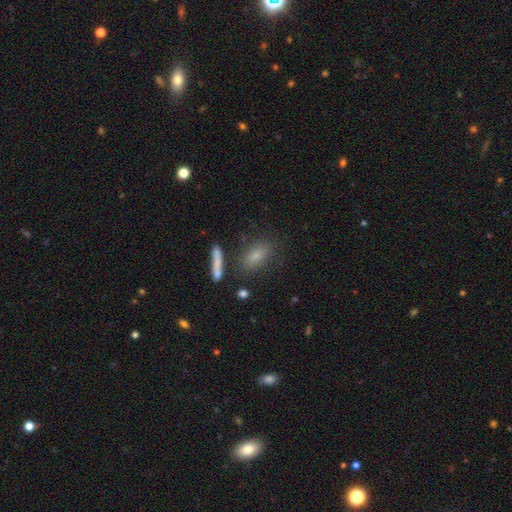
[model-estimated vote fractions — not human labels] Morphology: type=smooth (70%); roundness=in between (70%); merging=none (73%).